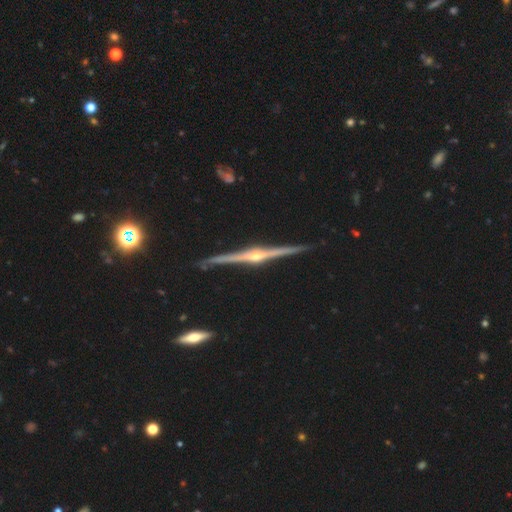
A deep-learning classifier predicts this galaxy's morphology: Overall: featured or disk (91%). Edge-on disk: yes (99%). Edge-on bulge: rounded (89%). Merging: none (90%).